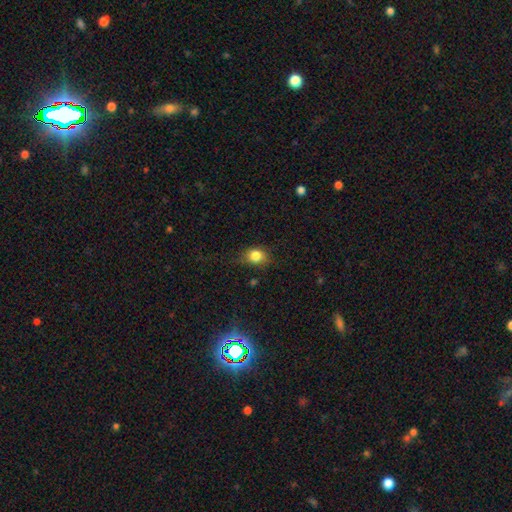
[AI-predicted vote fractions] Smooth or featured: smooth — 82% (star or artifact — 10%)
How rounded: round — 56% (in between — 43%)
Merging: none — 64% (minor disturbance — 27%)